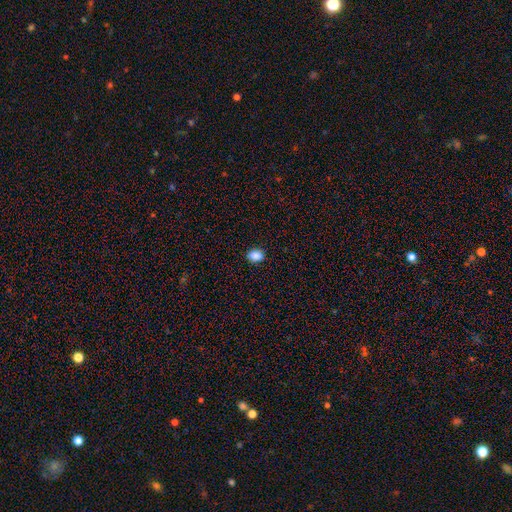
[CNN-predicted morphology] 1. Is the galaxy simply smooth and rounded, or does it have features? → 87% smooth, 10% star or artifact, 4% featured or disk.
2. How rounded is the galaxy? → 57% in between, 42% round, 1% cigar-shaped.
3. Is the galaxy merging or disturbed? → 90% none, 8% minor disturbance, 2% major disturbance, 1% merger.